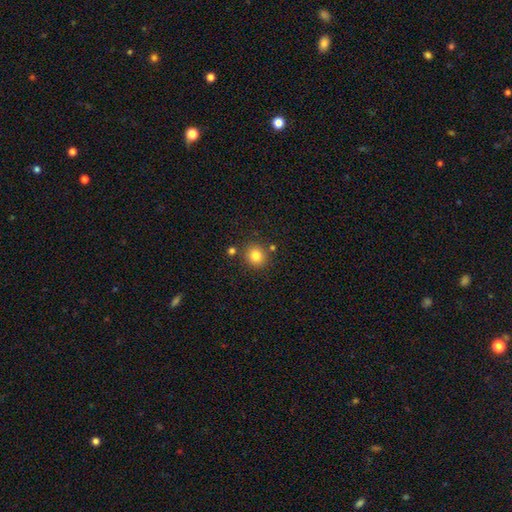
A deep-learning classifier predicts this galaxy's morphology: Smooth or featured? smooth (82%)
How rounded? round (87%)
Merging? none (82%)